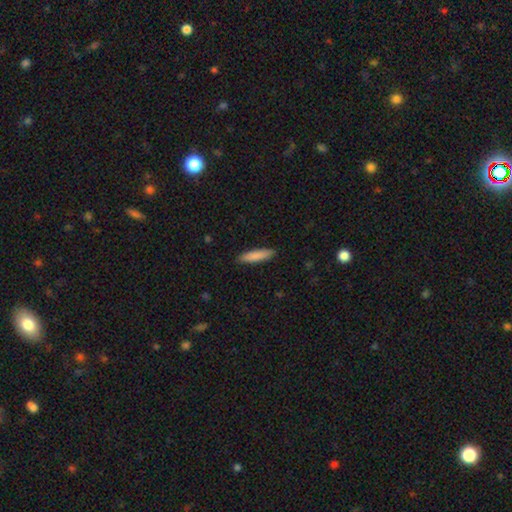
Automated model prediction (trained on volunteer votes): Smooth or featured? Predicted: smooth (p=0.85). How rounded? Predicted: cigar-shaped (p=0.78). Merging? Predicted: none (p=0.88).